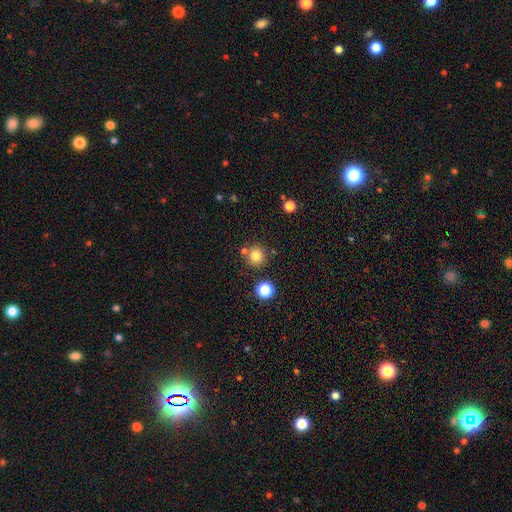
Q: Smooth or featured?
A: smooth (79%); runner-up: featured or disk (10%)
Q: How rounded?
A: round (90%); runner-up: in between (6%)
Q: Merging?
A: none (74%); runner-up: minor disturbance (11%)